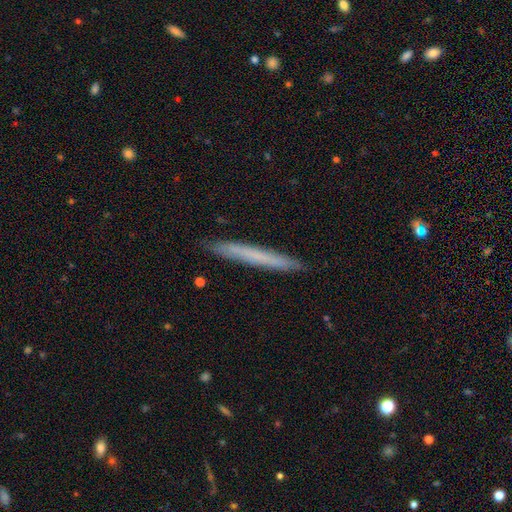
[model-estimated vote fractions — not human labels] Morphology: type=smooth (60%); roundness=cigar-shaped (97%); merging=none (91%).